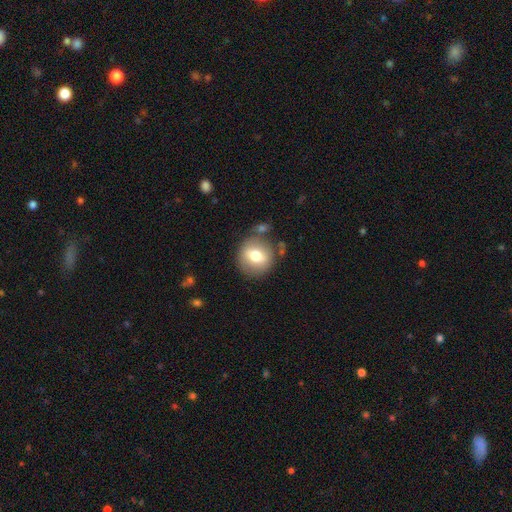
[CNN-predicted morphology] The model was most divided on "smooth or featured": smooth: 66%, featured or disk: 25%, star or artifact: 9%. More confident: how rounded — round (85%); merging — none (78%).